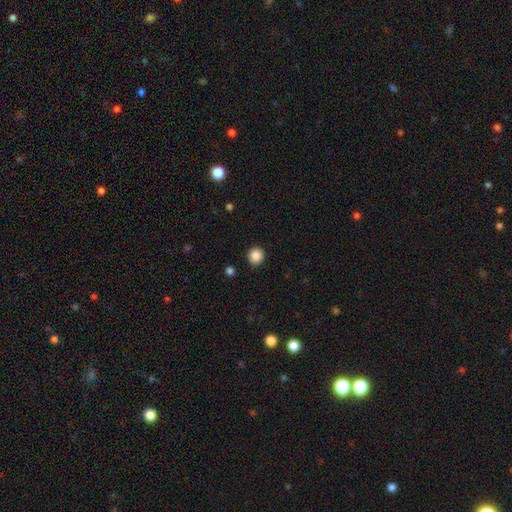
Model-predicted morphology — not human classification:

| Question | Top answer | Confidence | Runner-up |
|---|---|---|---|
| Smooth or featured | smooth | 87% | star or artifact (10%) |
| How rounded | round | 90% | in between (9%) |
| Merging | none | 91% | minor disturbance (6%) |